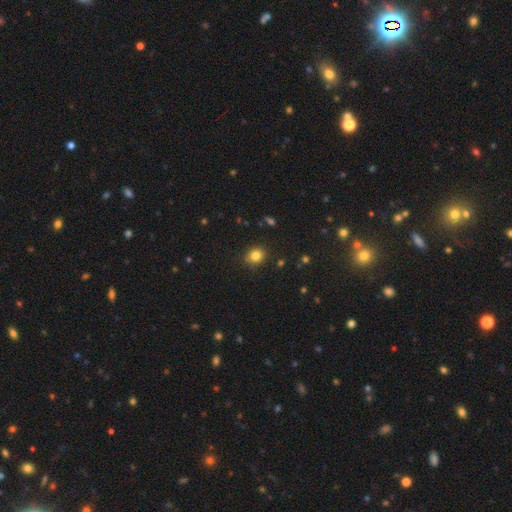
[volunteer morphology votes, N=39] This is clearly a smooth galaxy (82%). How rounded: likely round (78%). Merging: clearly none (86%).